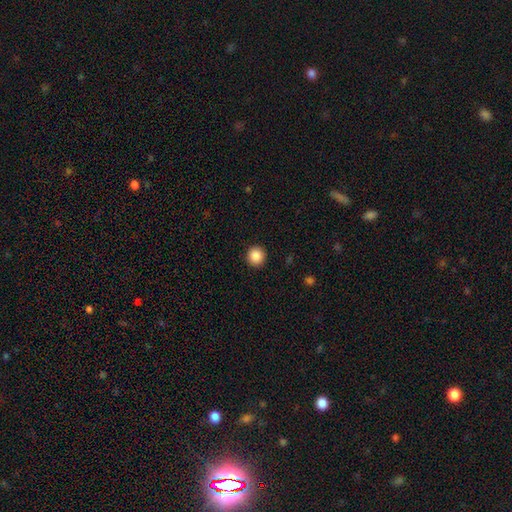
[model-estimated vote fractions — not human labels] A smooth galaxy with no disk features (87%) that is round (95%).

Vote fractions:
- Smooth or featured? smooth: 87% / star or artifact: 9% / featured or disk: 3%
- How rounded? round: 95% / in between: 4% / cigar-shaped: 1%
- Merging? none: 93% / minor disturbance: 4% / major disturbance: 2% / merger: 1%